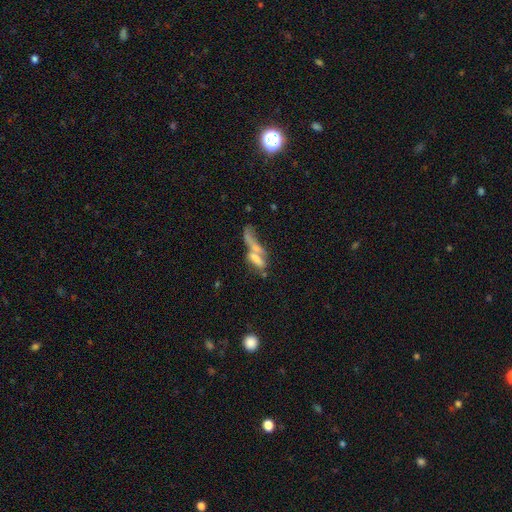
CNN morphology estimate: smooth_or_featured: smooth (p=0.53) [alt: featured or disk p=0.34]
how_rounded: cigar-shaped (p=0.51) [alt: in between p=0.44]
merging: merger (p=0.59) [alt: none p=0.17]